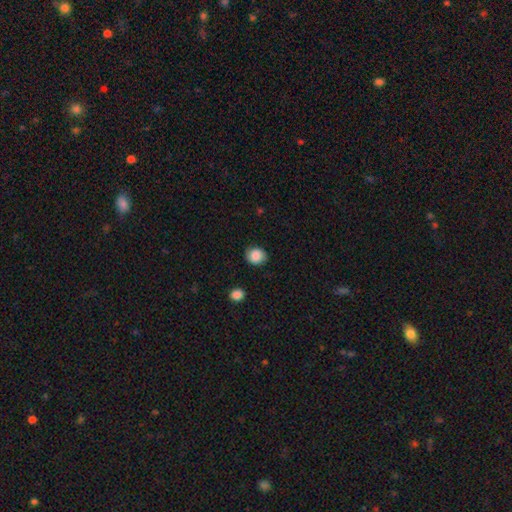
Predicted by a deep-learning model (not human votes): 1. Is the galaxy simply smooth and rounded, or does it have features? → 85% smooth, 9% star or artifact, 7% featured or disk.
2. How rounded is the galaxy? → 72% round, 27% in between, 1% cigar-shaped.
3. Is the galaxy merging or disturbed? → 83% none, 13% minor disturbance, 3% major disturbance, 1% merger.